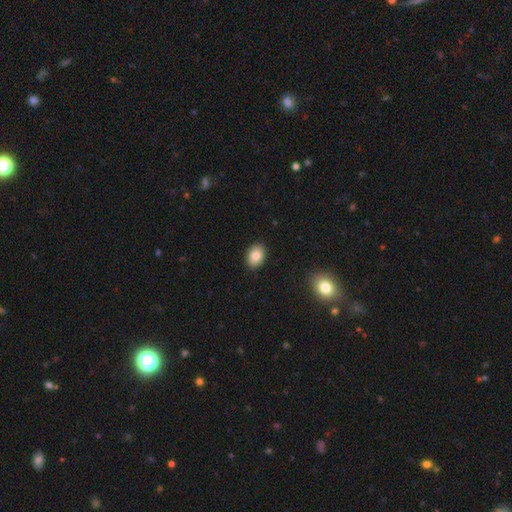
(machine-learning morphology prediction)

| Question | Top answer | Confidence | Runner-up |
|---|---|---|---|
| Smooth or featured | smooth | 84% | star or artifact (8%) |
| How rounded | in between | 77% | round (22%) |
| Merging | none | 89% | minor disturbance (8%) |